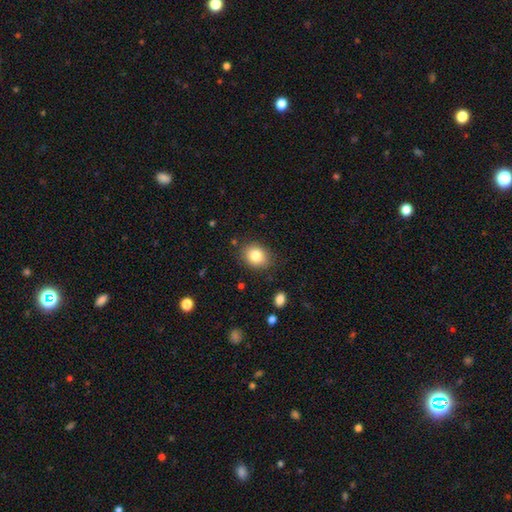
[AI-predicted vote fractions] This appears to be a smooth galaxy with no disk features (83%) that is round (53%). Merging: none (85%).